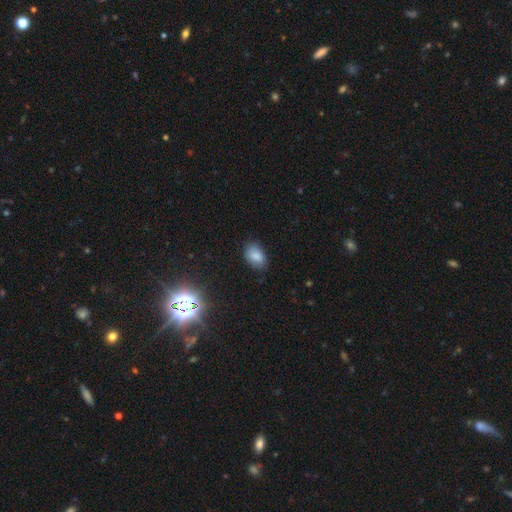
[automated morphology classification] A smooth galaxy with no disk features (82%) that is in between round and cigar-shaped (86%).

Vote fractions:
- Smooth or featured? smooth: 82% / star or artifact: 11% / featured or disk: 7%
- How rounded? in between: 86% / round: 12% / cigar-shaped: 1%
- Merging? none: 78% / minor disturbance: 18% / major disturbance: 3% / merger: 1%